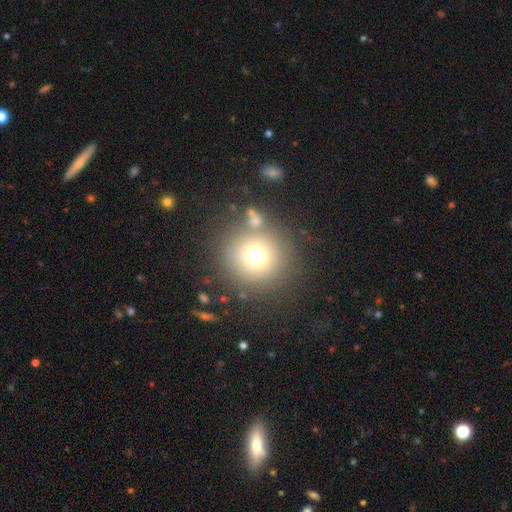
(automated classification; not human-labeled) Q: Smooth or featured?
A: smooth (71%); runner-up: star or artifact (17%)
Q: How rounded?
A: round (95%); runner-up: in between (4%)
Q: Merging?
A: none (78%); runner-up: merger (8%)